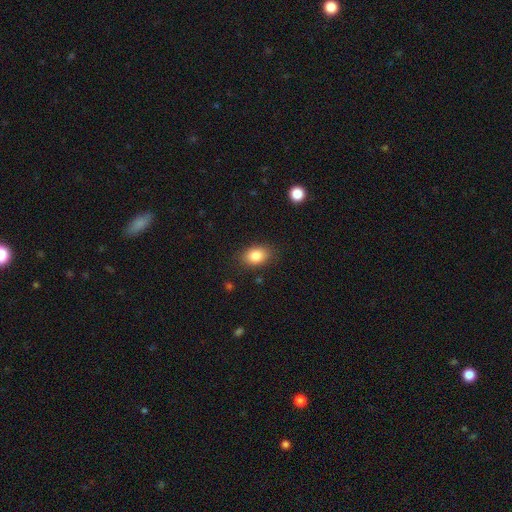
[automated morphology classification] smooth 85%, star or artifact 9%, featured or disk 7%. Down the decision tree: how rounded — in between (77%); merging — none (85%).